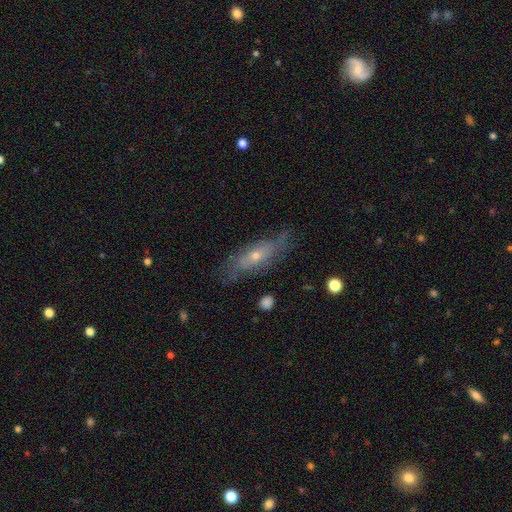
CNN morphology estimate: A featured or disk galaxy (60%).

Vote fractions:
- Smooth or featured? featured or disk: 60% / smooth: 32% / star or artifact: 8%
- Edge-on disk? no: 65% / yes: 35%
- Merging? none: 67% / minor disturbance: 23% / major disturbance: 8% / merger: 2%